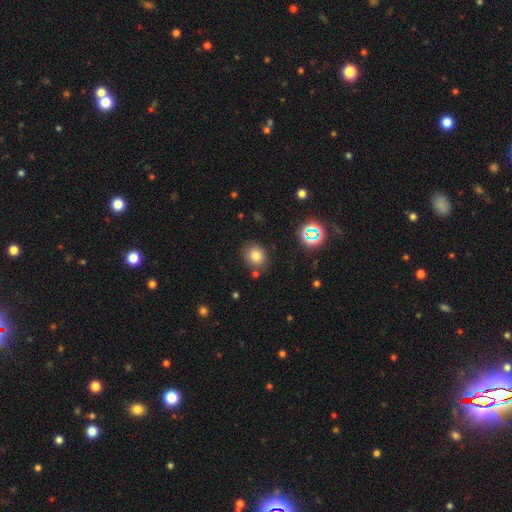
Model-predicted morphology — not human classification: smooth-or-featured: smooth: 78% | star or artifact: 14% | featured or disk: 8%
  how-rounded: round: 75% | in between: 24% | cigar-shaped: 1%
  merging: none: 80% | minor disturbance: 11% | merger: 6% | major disturbance: 3%